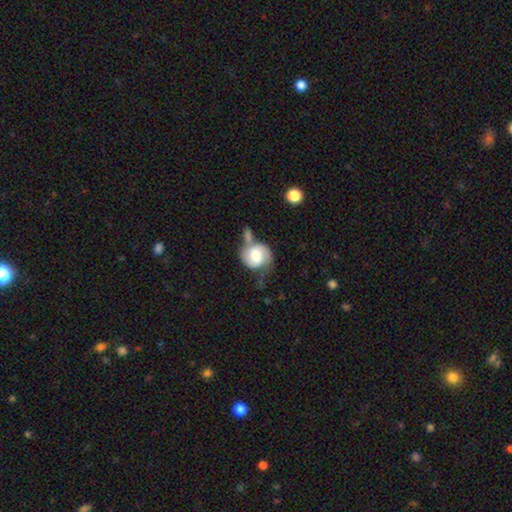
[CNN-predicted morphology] Smooth or featured? smooth (48%)
Merging? none (32%)